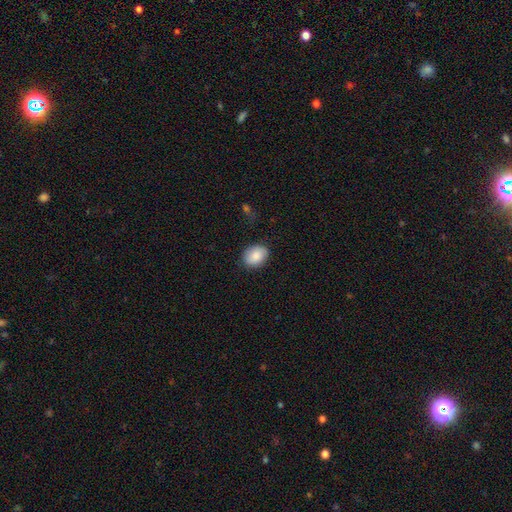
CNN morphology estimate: Smooth or featured: smooth — 86% (featured or disk — 7%)
How rounded: in between — 67% (round — 32%)
Merging: none — 85% (minor disturbance — 12%)